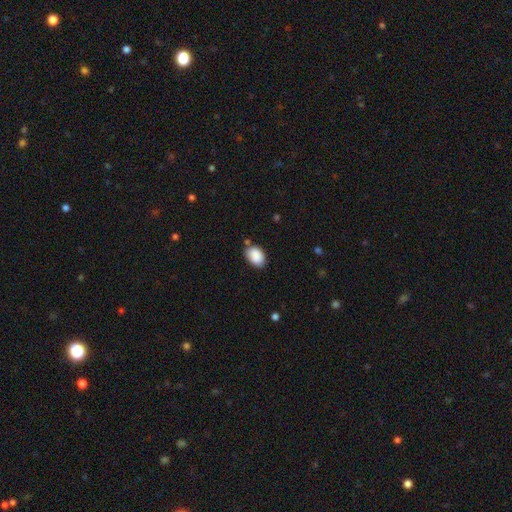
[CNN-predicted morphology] smooth_or_featured: smooth (p=0.89) [alt: star or artifact p=0.07]
how_rounded: in between (p=0.82) [alt: round p=0.17]
merging: none (p=0.75) [alt: minor disturbance p=0.17]